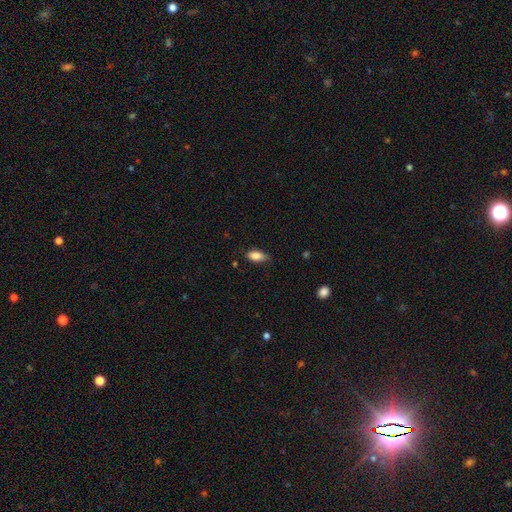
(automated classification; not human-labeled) smooth-or-featured: smooth: 83% | featured or disk: 10% | star or artifact: 7%
  how-rounded: in between: 87% | cigar-shaped: 9% | round: 4%
  merging: none: 70% | minor disturbance: 24% | major disturbance: 4% | merger: 1%